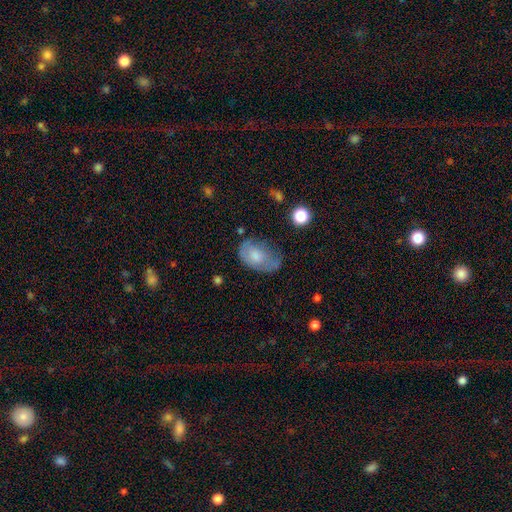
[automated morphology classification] A smooth galaxy with no disk features (66%) that is in between round and cigar-shaped (89%). Merging: none (41%).